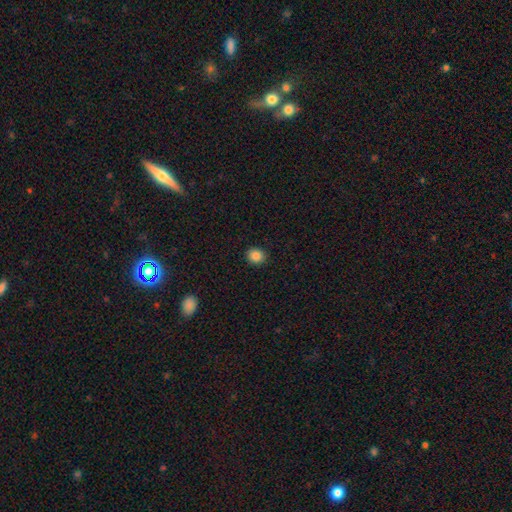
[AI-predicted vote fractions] The model was most divided on "how rounded": round: 78%, in between: 21%, cigar-shaped: 1%. More confident: merging — none (91%); smooth or featured — smooth (86%).